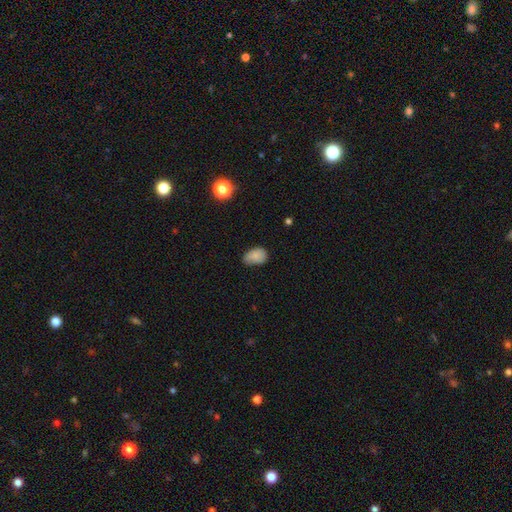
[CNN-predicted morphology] Smooth or featured? smooth (80%)
How rounded? in between (82%)
Merging? none (45%)